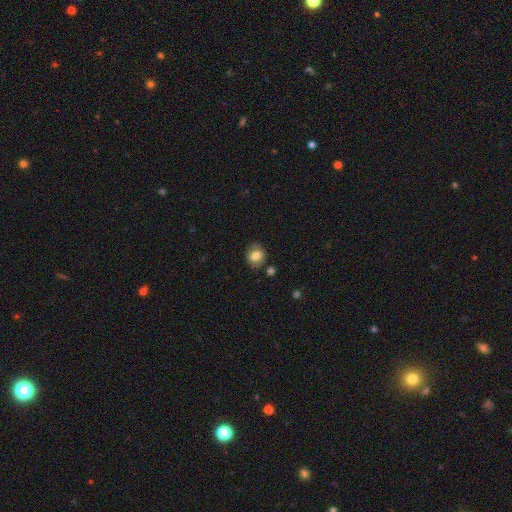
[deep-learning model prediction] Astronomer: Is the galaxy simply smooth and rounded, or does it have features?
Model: smooth — 76%.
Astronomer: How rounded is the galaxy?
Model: round — 68%.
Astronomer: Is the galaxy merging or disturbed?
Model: none — 78%.